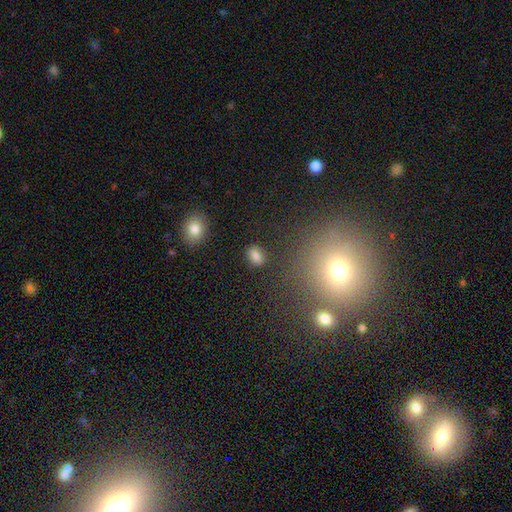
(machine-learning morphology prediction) This appears to be a smooth galaxy with no disk features (81%) that is in between round and cigar-shaped (79%). Merging: none (82%).